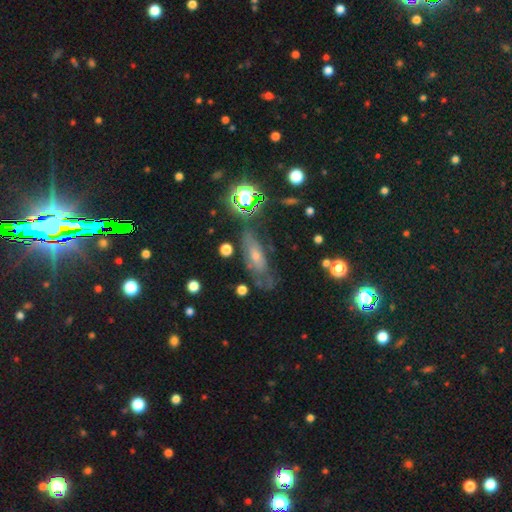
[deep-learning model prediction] Smooth or featured? featured or disk (42%)
Merging? none (60%)